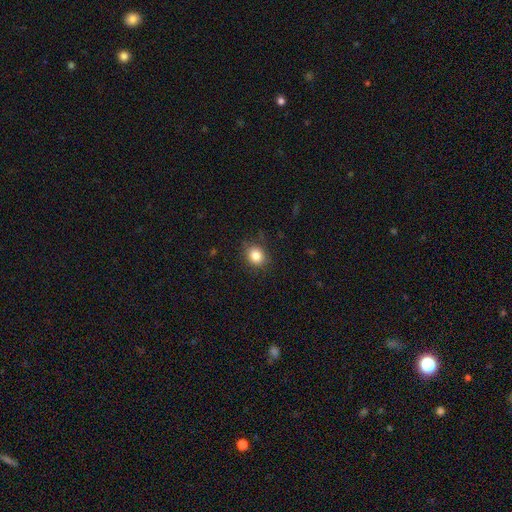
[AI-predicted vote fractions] A smooth galaxy with no disk features (84%) that is round (69%). Merging: none (83%).